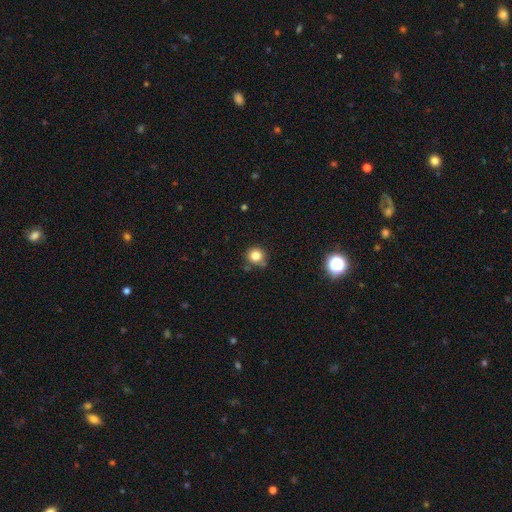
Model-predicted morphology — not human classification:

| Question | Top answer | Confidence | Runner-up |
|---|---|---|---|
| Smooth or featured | smooth | 82% | star or artifact (12%) |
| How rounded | round | 88% | in between (11%) |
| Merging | none | 71% | minor disturbance (19%) |